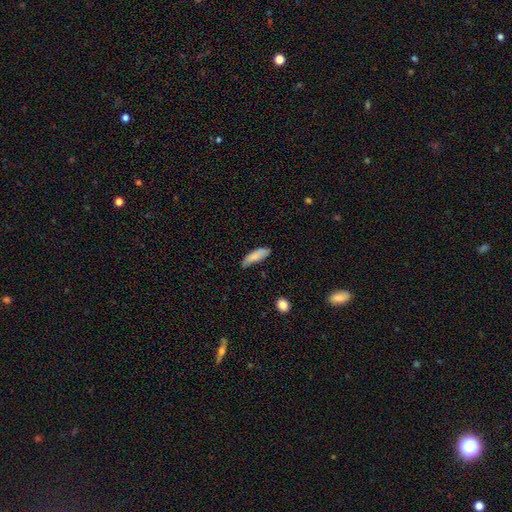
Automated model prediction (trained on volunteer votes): Smooth or featured? Predicted: smooth (p=0.82). How rounded? Predicted: in between (p=0.50). Merging? Predicted: none (p=0.61).